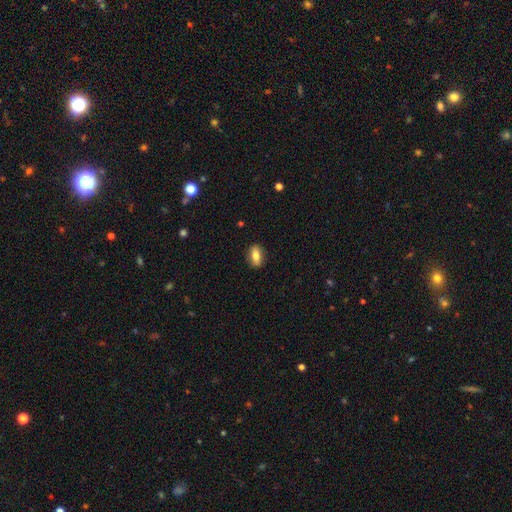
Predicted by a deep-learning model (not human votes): Smooth or featured? smooth (74%)
How rounded? in between (82%)
Merging? none (87%)